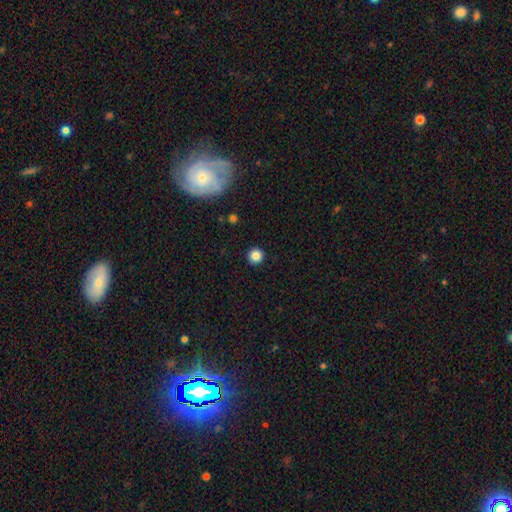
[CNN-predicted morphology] Smooth or featured? smooth (84%)
How rounded? round (96%)
Merging? none (93%)